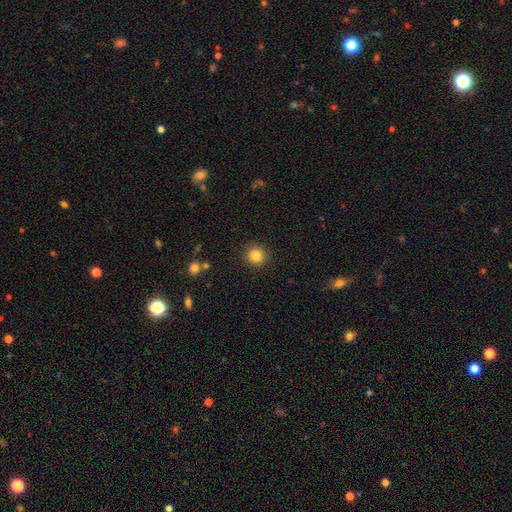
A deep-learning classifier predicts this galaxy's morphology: smooth-or-featured: smooth: 84% | star or artifact: 11% | featured or disk: 5%
  how-rounded: round: 93% | in between: 6% | cigar-shaped: 1%
  merging: none: 91% | minor disturbance: 6% | major disturbance: 2% | merger: 1%